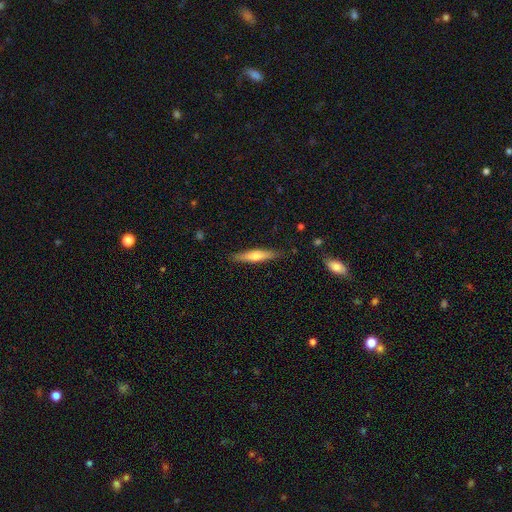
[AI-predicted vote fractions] smooth 50%, featured or disk 44%, star or artifact 6%. Down the decision tree: merging — none (87%).